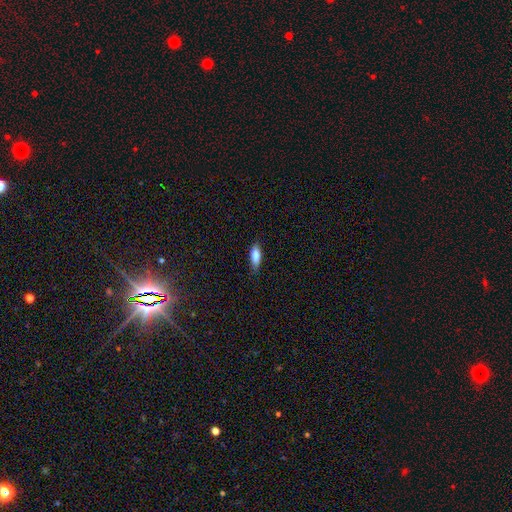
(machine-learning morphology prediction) Q: Smooth or featured?
A: smooth (84%); runner-up: featured or disk (9%)
Q: How rounded?
A: in between (73%); runner-up: cigar-shaped (24%)
Q: Merging?
A: none (77%); runner-up: minor disturbance (19%)